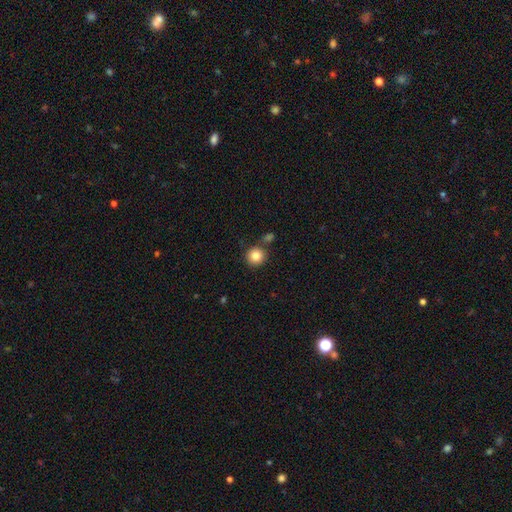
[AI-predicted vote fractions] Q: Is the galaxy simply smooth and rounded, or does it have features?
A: smooth — 84%.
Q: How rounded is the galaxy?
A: round — 93%.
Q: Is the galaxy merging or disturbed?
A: none — 80%.